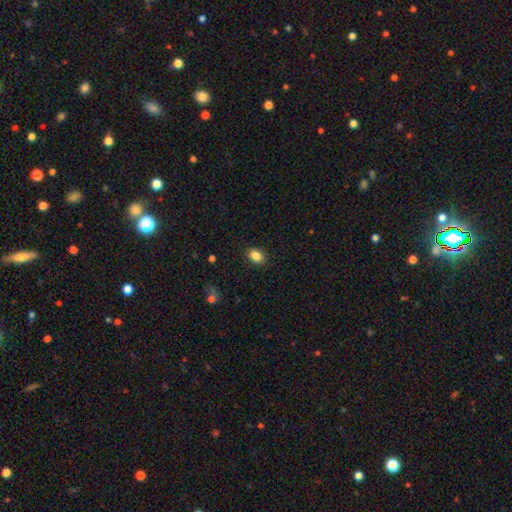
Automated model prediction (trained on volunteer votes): This appears to be a smooth galaxy with no disk features (85%) that is in between round and cigar-shaped (75%). Merging: none (87%).